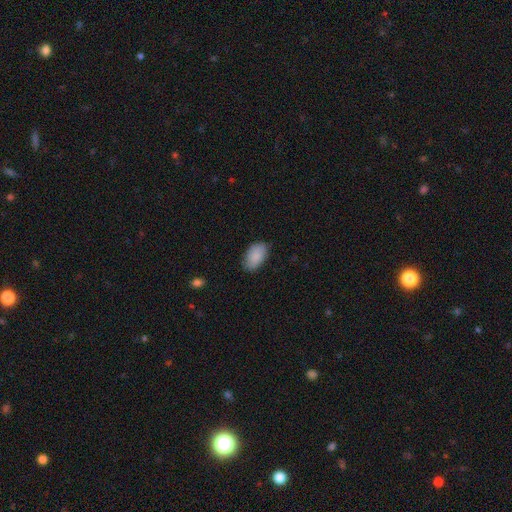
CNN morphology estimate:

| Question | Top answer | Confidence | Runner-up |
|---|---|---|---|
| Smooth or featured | smooth | 87% | star or artifact (6%) |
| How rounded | in between | 94% | round (4%) |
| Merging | none | 79% | minor disturbance (17%) |